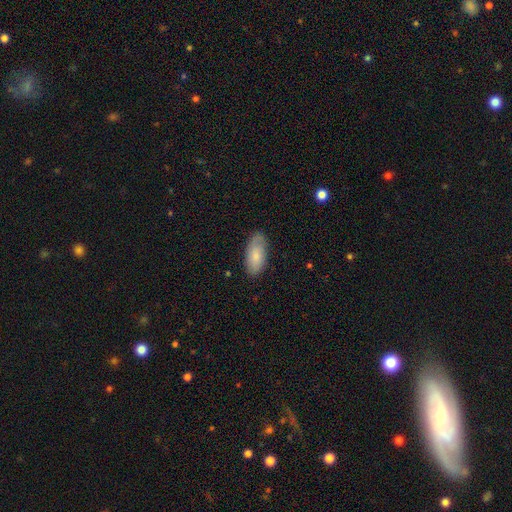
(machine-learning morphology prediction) A smooth galaxy with no disk features (77%) that is in between round and cigar-shaped (89%).

Vote fractions:
- Smooth or featured? smooth: 77% / featured or disk: 17% / star or artifact: 6%
- How rounded? in between: 89% / cigar-shaped: 9% / round: 2%
- Merging? none: 79% / minor disturbance: 17% / major disturbance: 3% / merger: 1%